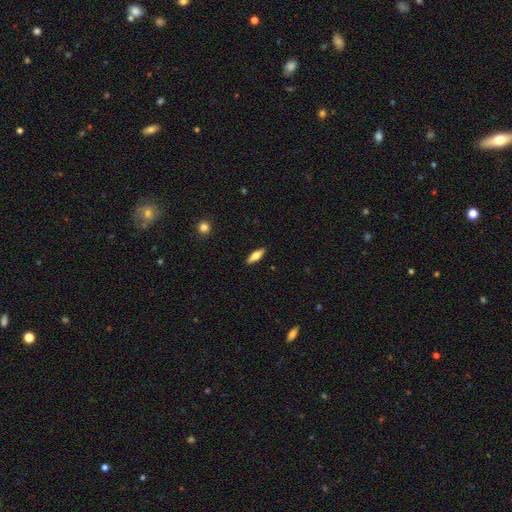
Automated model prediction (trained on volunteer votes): Smooth or featured? smooth (65%)
How rounded? in between (55%)
Merging? none (90%)